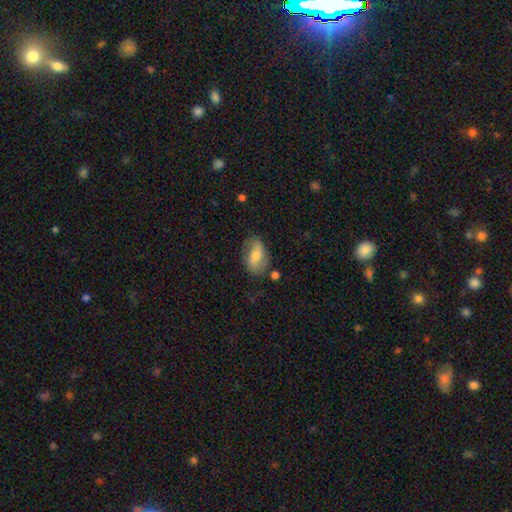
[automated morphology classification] This appears to be a smooth galaxy with no disk features (48%). Merging: none (69%).